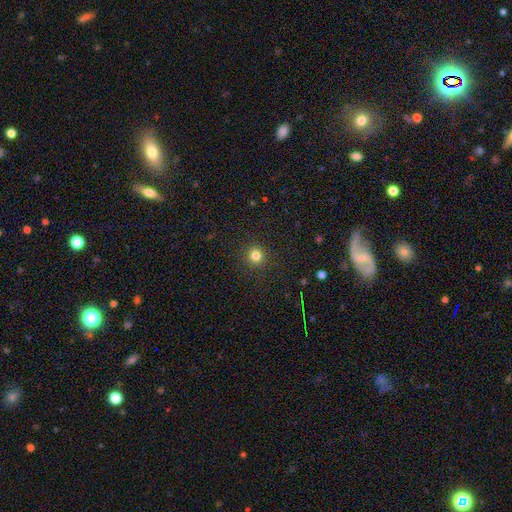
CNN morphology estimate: The model was most divided on "smooth or featured": smooth: 81%, star or artifact: 14%, featured or disk: 5%. More confident: how rounded — round (94%); merging — none (92%).